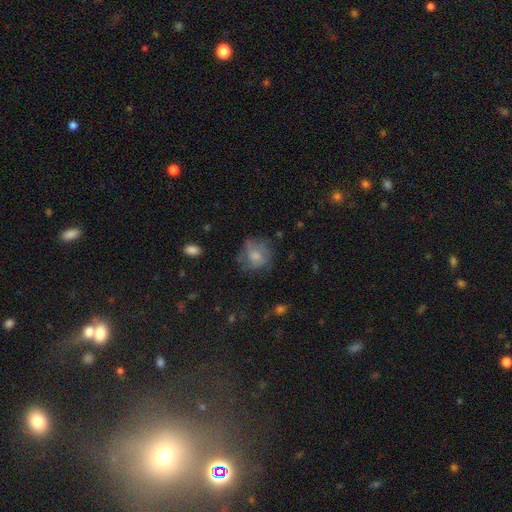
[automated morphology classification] smooth 61%, featured or disk 29%, star or artifact 11%. Down the decision tree: how rounded — round (69%); merging — none (52%).